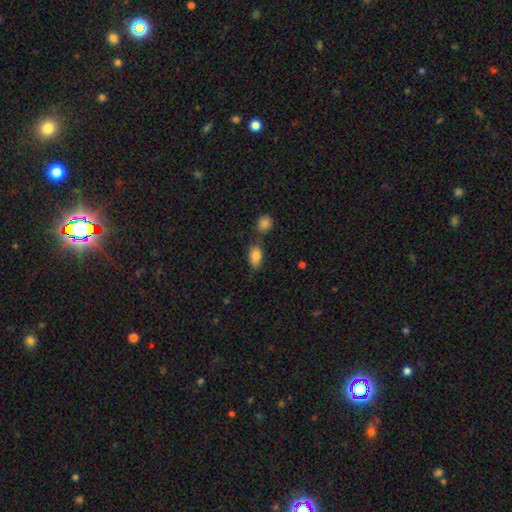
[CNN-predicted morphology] This is clearly a smooth galaxy (84%). How rounded: clearly in between (89%). Merging: likely none (66%).